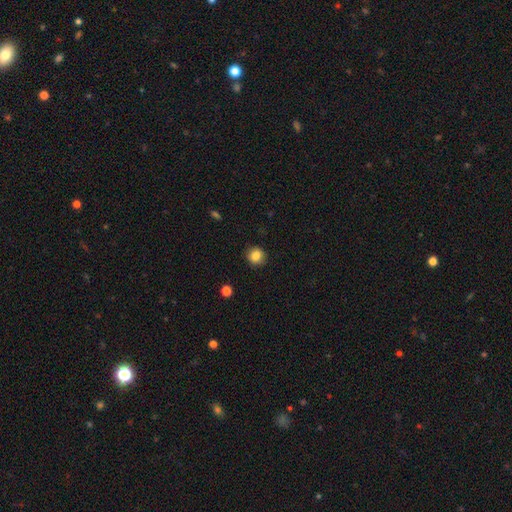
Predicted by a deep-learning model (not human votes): Overall: smooth (84%). How rounded: round (90%). Merging: none (88%).